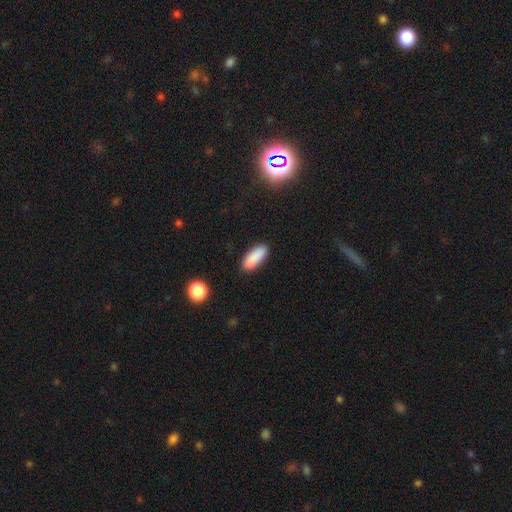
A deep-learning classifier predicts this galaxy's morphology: The model was most divided on "how rounded": in between: 75%, cigar-shaped: 23%, round: 2%. More confident: smooth or featured — smooth (88%); merging — none (85%).